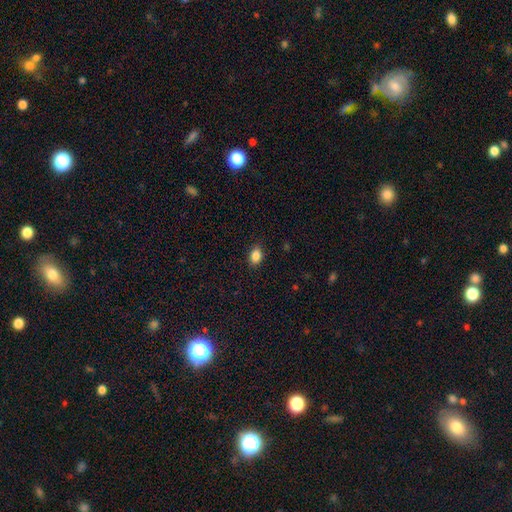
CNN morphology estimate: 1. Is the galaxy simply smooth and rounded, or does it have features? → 87% smooth, 9% star or artifact, 4% featured or disk.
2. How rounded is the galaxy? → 75% in between, 24% round, 1% cigar-shaped.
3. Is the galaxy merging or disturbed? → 88% none, 9% minor disturbance, 2% major disturbance, 1% merger.